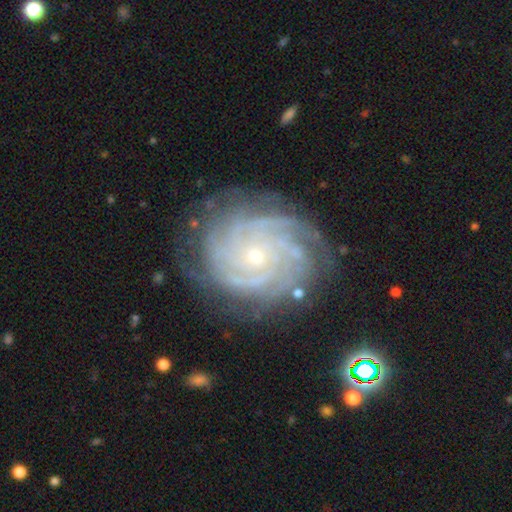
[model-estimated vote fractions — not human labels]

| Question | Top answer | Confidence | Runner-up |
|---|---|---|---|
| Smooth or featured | featured or disk | 89% | star or artifact (6%) |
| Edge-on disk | no | 97% | yes (3%) |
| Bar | no | 77% | weak (17%) |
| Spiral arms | yes | 98% | no (2%) |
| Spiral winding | tight | 79% | medium (18%) |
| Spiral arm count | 4 | 29% | more than 4 (26%) |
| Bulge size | small | 76% | moderate (21%) |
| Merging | none | 78% | minor disturbance (15%) |